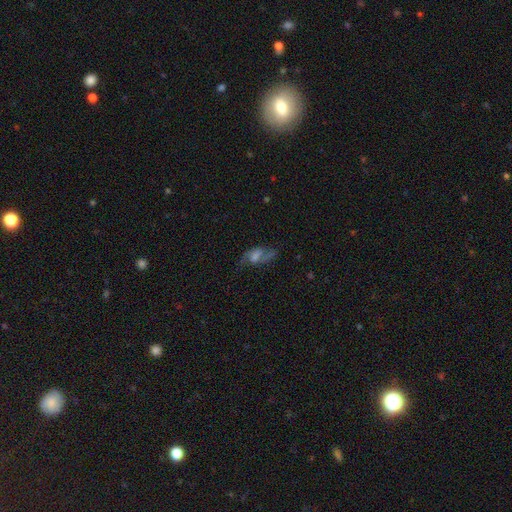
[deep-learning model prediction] Smooth or featured? Predicted: featured or disk (p=0.72). Edge-on disk? Predicted: no (p=0.93). Bar? Predicted: weak (p=0.47). Spiral arms? Predicted: yes (p=0.90). Spiral winding? Predicted: loose (p=0.51). Spiral arm count? Predicted: 2 (p=0.86). Bulge size? Predicted: moderate (p=0.35). Merging? Predicted: none (p=0.64).